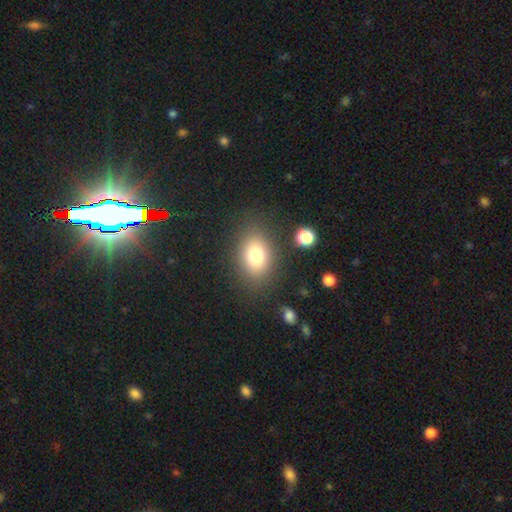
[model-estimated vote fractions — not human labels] Q: Smooth or featured?
A: smooth (77%); runner-up: star or artifact (12%)
Q: How rounded?
A: in between (70%); runner-up: round (29%)
Q: Merging?
A: none (82%); runner-up: minor disturbance (11%)